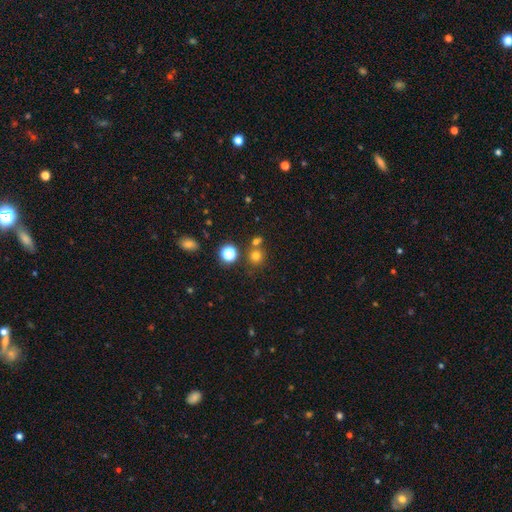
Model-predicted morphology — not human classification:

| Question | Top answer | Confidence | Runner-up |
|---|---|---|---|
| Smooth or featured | smooth | 72% | star or artifact (21%) |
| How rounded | round | 88% | in between (11%) |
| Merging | none | 68% | merger (20%) |